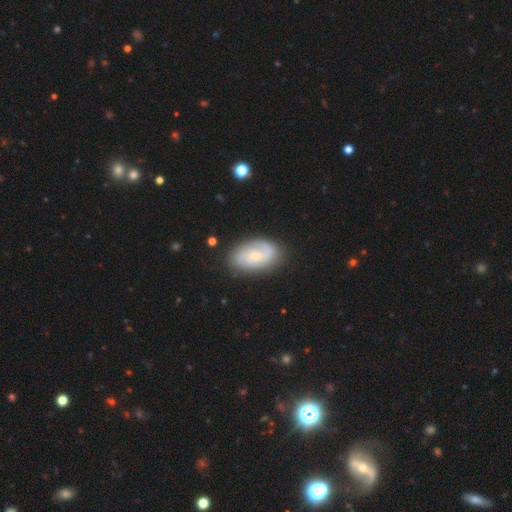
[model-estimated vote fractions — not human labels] smooth_or_featured: featured or disk (p=0.59) [alt: smooth p=0.35]
disk_edge_on: no (p=0.95) [alt: yes p=0.05]
bar: no (p=0.70) [alt: weak p=0.26]
has_spiral_arms: yes (p=0.83) [alt: no p=0.17]
bulge_size: small (p=0.61) [alt: moderate p=0.34]
merging: none (p=0.79) [alt: minor disturbance p=0.15]